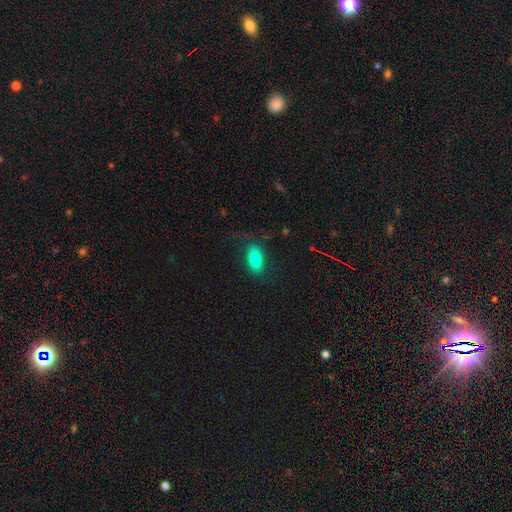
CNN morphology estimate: smooth-or-featured: smooth: 80% | star or artifact: 10% | featured or disk: 10%
  how-rounded: in between: 91% | cigar-shaped: 5% | round: 4%
  merging: none: 69% | minor disturbance: 17% | major disturbance: 12% | merger: 2%